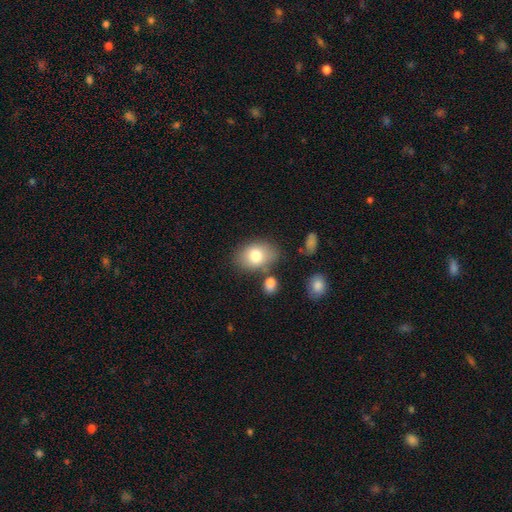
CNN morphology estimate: smooth 77%, featured or disk 15%, star or artifact 9%. Down the decision tree: how rounded — in between (74%); merging — none (72%).